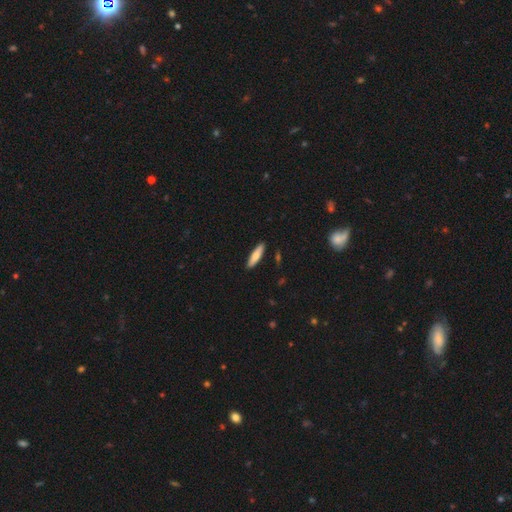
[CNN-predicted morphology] smooth 73%, featured or disk 21%, star or artifact 6%. Down the decision tree: how rounded — cigar-shaped (76%); merging — none (90%).